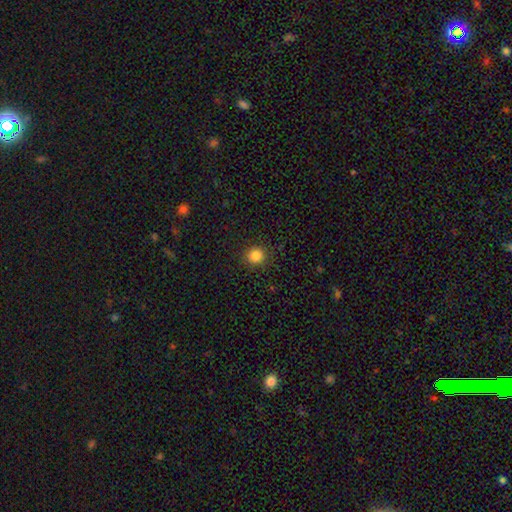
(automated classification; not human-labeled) The model was most divided on "smooth or featured": smooth: 84%, star or artifact: 12%, featured or disk: 4%. More confident: how rounded — round (91%); merging — none (90%).